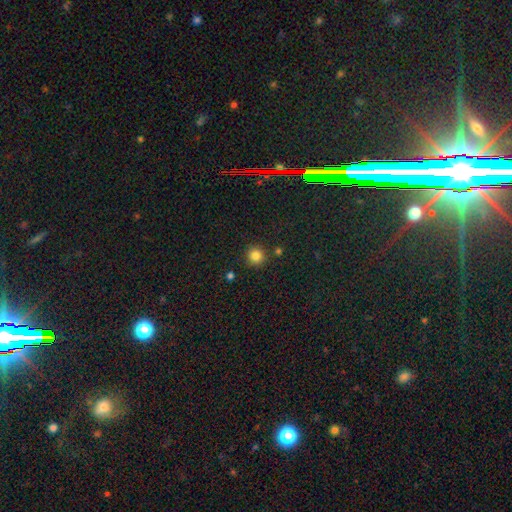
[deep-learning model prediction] A smooth galaxy with no disk features (84%) that is round (94%). Merging: none (87%).